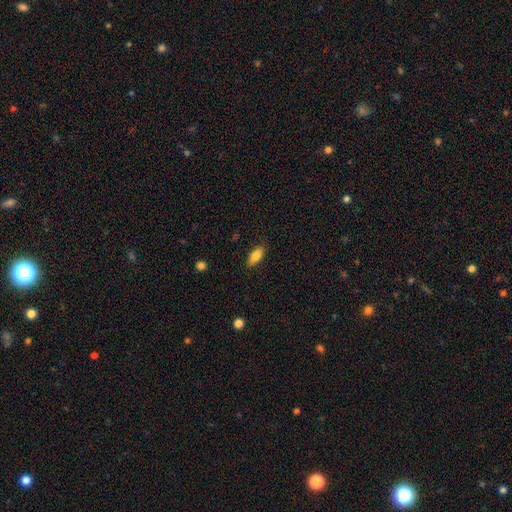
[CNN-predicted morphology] Q: Smooth or featured?
A: smooth (83%); runner-up: featured or disk (10%)
Q: How rounded?
A: in between (82%); runner-up: cigar-shaped (16%)
Q: Merging?
A: none (86%); runner-up: minor disturbance (10%)